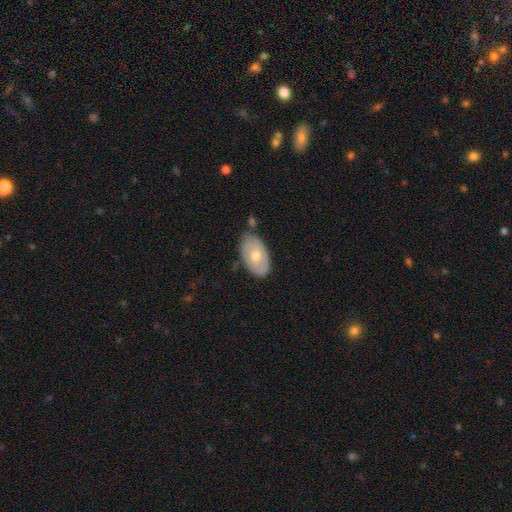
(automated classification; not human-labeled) Smooth or featured?
  - smooth: 54% *
  - featured or disk: 40%
  - star or artifact: 6%
How rounded?
  - in between: 91% *
  - round: 7%
  - cigar-shaped: 1%
Merging?
  - none: 75% *
  - minor disturbance: 17%
  - merger: 4%
  - major disturbance: 3%